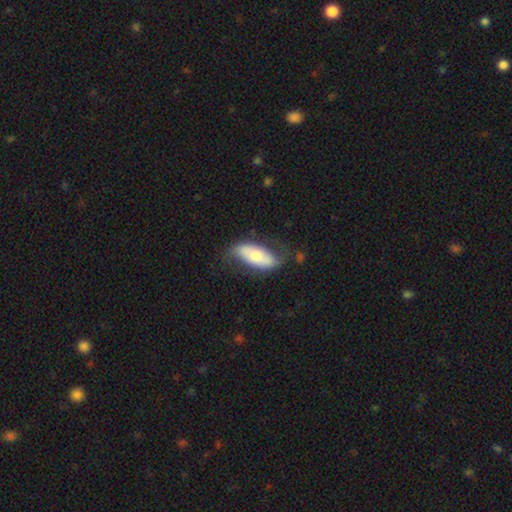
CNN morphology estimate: A smooth galaxy with no disk features (53%) that is in between round and cigar-shaped (84%).

Vote fractions:
- Smooth or featured? smooth: 53% / featured or disk: 41% / star or artifact: 6%
- How rounded? in between: 84% / cigar-shaped: 13% / round: 3%
- Merging? none: 62% / minor disturbance: 25% / major disturbance: 12% / merger: 2%